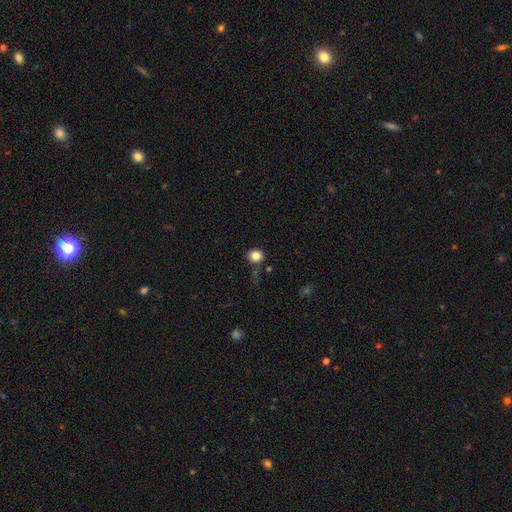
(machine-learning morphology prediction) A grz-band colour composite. It shows a smooth galaxy with no disk features (84%) that is round (85%). Merging: none (74%).